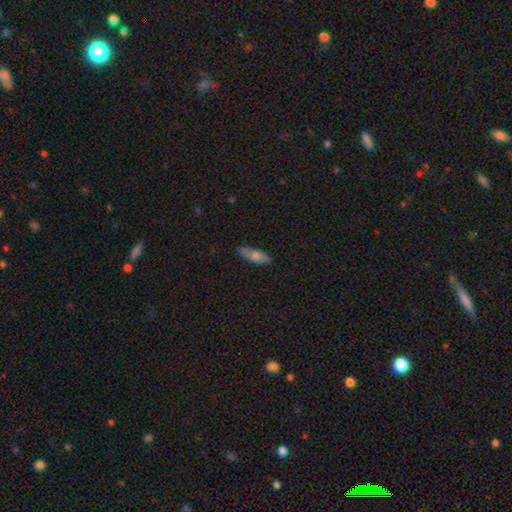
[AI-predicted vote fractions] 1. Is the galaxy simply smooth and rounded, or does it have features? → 66% smooth, 28% featured or disk, 7% star or artifact.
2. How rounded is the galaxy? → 54% in between, 44% cigar-shaped, 3% round.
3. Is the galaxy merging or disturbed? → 81% none, 15% minor disturbance, 2% major disturbance, 1% merger.